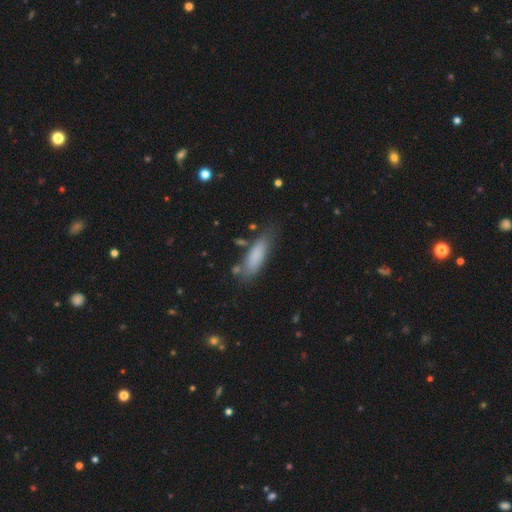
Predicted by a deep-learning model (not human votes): Overall: smooth (81%). How rounded: cigar-shaped (50%; in between 48%). Merging: none (69%).